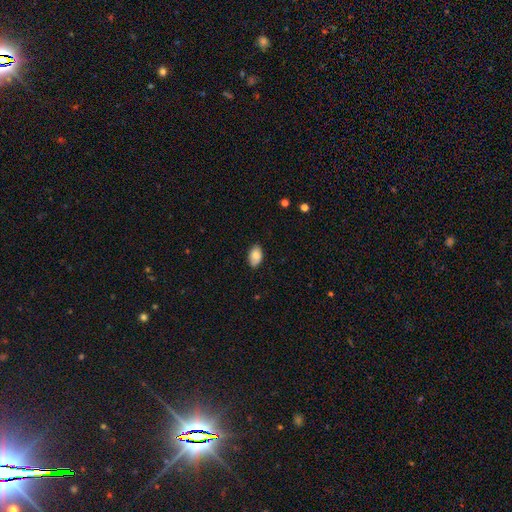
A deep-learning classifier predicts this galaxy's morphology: A smooth galaxy with no disk features (84%) that is in between round and cigar-shaped (93%).

Vote fractions:
- Smooth or featured? smooth: 84% / featured or disk: 9% / star or artifact: 7%
- How rounded? in between: 93% / round: 6% / cigar-shaped: 1%
- Merging? none: 81% / minor disturbance: 15% / major disturbance: 2% / merger: 1%